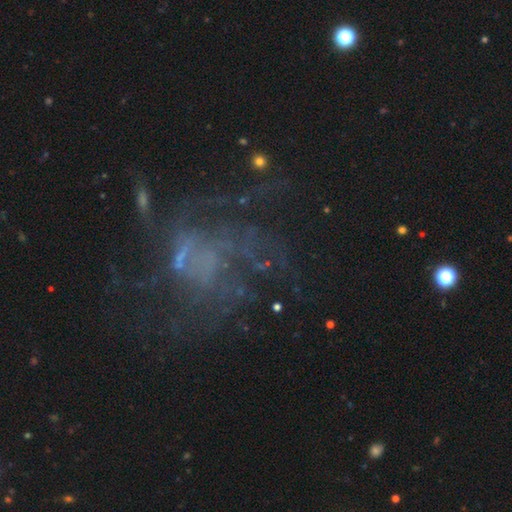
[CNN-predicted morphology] This is likely a featured or disk galaxy (63%). It is clearly not viewed edge-on (97%). Bar: likely no (77%). Spiral arm pattern: possibly yes (56%). Central bulge: likely none (67%). Merging: possibly none (47%).